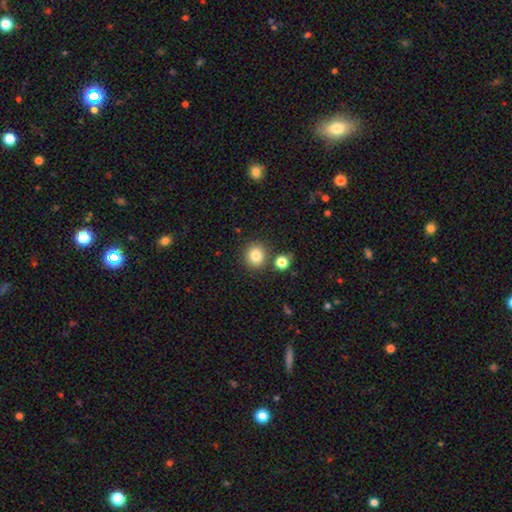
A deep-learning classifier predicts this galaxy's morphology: Q: Smooth or featured?
A: smooth (81%); runner-up: star or artifact (12%)
Q: How rounded?
A: round (87%); runner-up: in between (12%)
Q: Merging?
A: none (82%); runner-up: minor disturbance (8%)